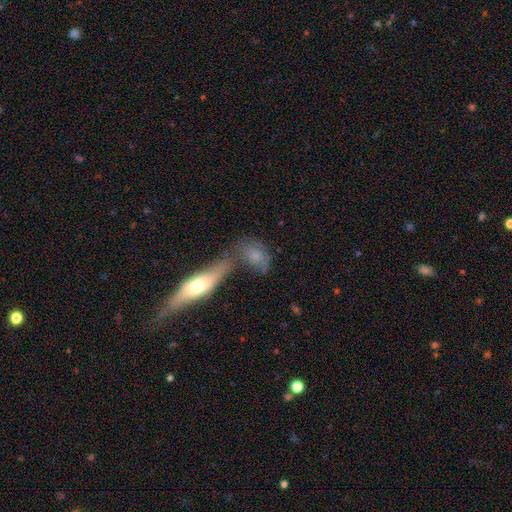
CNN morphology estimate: Smooth or featured? smooth (66%)
How rounded? in between (72%)
Merging? merger (39%)